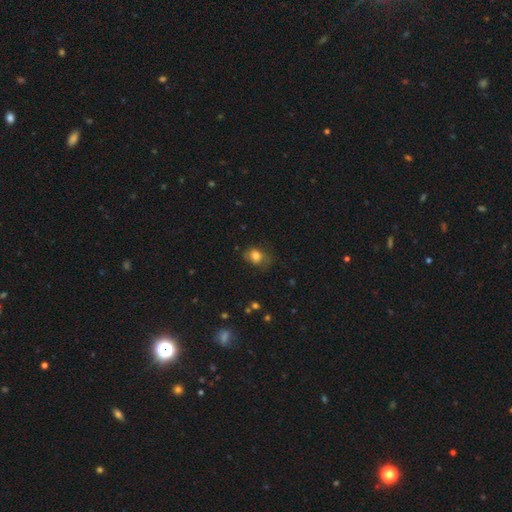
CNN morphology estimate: The model was most divided on "how rounded": in between: 50%, round: 49%, cigar-shaped: 1%. More confident: smooth or featured — smooth (79%); merging — none (60%).